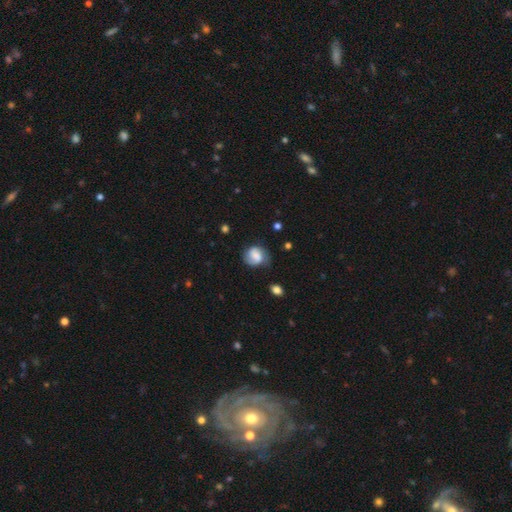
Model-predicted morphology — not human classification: Smooth or featured?
  - smooth: 51% *
  - featured or disk: 40%
  - star or artifact: 9%
How rounded?
  - round: 69% *
  - in between: 30%
  - cigar-shaped: 1%
Merging?
  - none: 58% *
  - minor disturbance: 27%
  - major disturbance: 13%
  - merger: 3%